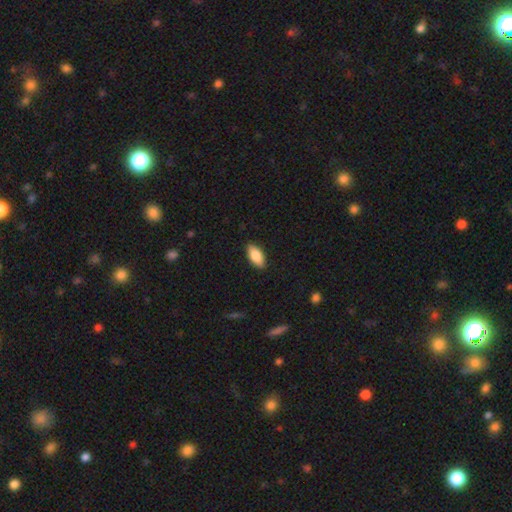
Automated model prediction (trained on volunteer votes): This is clearly a smooth galaxy (83%). How rounded: clearly in between (89%). Merging: clearly none (88%).